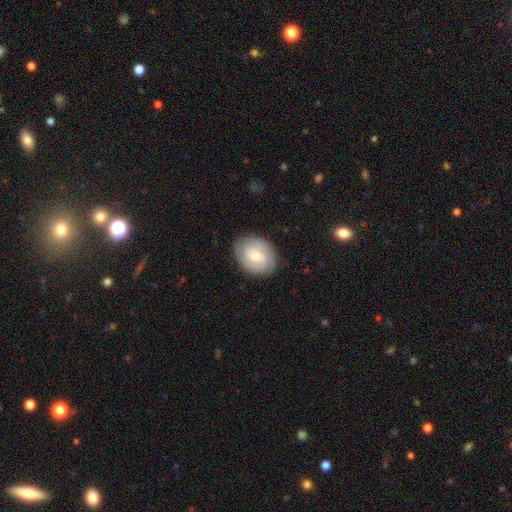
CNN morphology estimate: Smooth or featured? featured or disk (50%)
Merging? none (84%)